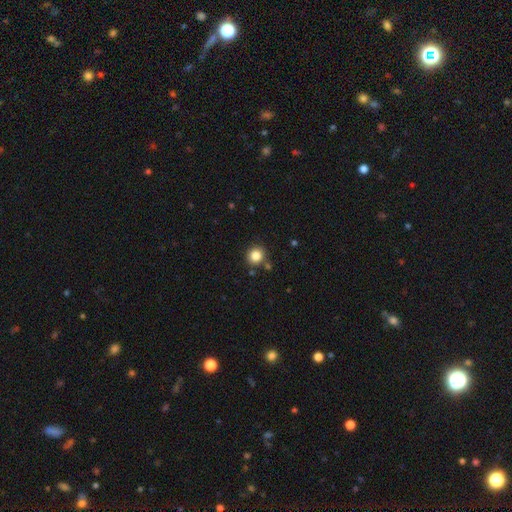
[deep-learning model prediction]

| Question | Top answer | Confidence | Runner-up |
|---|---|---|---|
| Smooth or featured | smooth | 84% | star or artifact (11%) |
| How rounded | round | 90% | in between (9%) |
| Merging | none | 86% | minor disturbance (8%) |